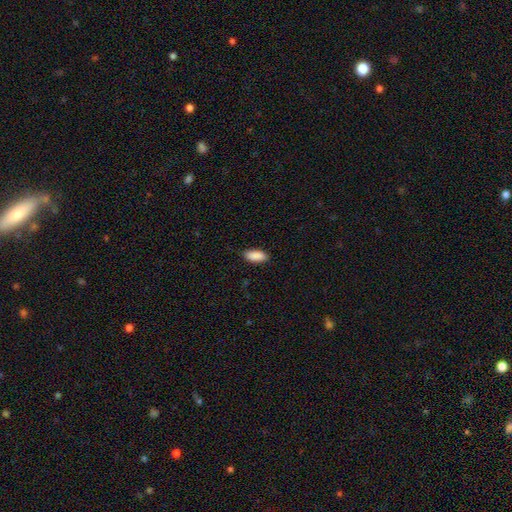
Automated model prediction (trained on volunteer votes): Overall: smooth (90%). How rounded: in between (85%). Merging: none (87%).